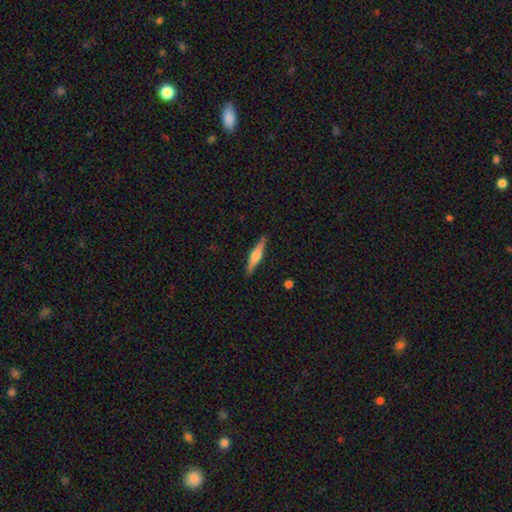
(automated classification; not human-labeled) This is possibly a featured or disk galaxy (56%). It is clearly viewed edge-on (97%). Edge-on bulge: likely rounded (79%). Merging: clearly none (89%).